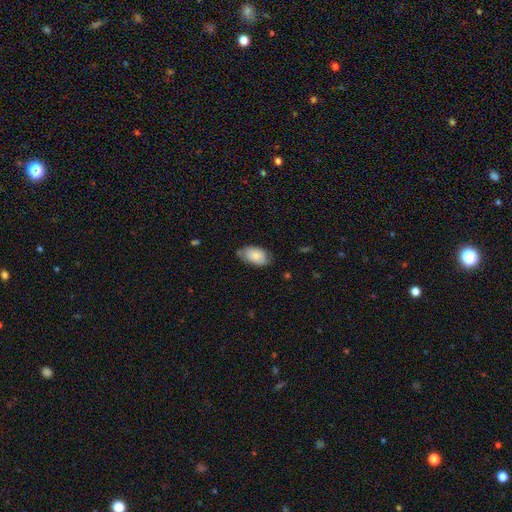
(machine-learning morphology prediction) The model was most divided on "merging": none: 66%, minor disturbance: 27%, major disturbance: 5%, merger: 2%. More confident: how rounded — in between (93%); smooth or featured — smooth (81%).